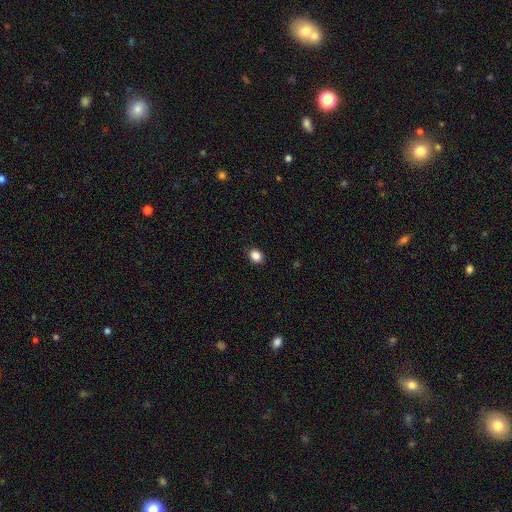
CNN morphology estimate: Smooth or featured?
  - smooth: 86% *
  - star or artifact: 10%
  - featured or disk: 4%
How rounded?
  - round: 58% *
  - in between: 41%
  - cigar-shaped: 1%
Merging?
  - none: 89% *
  - minor disturbance: 8%
  - major disturbance: 2%
  - merger: 1%